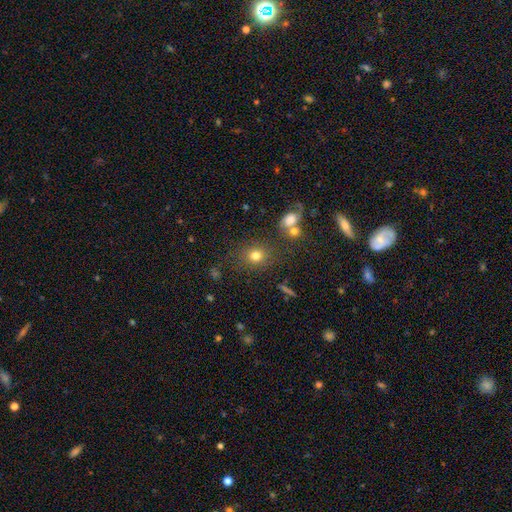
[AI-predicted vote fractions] A smooth galaxy with no disk features (76%) that is round (75%). Merging: none (77%).